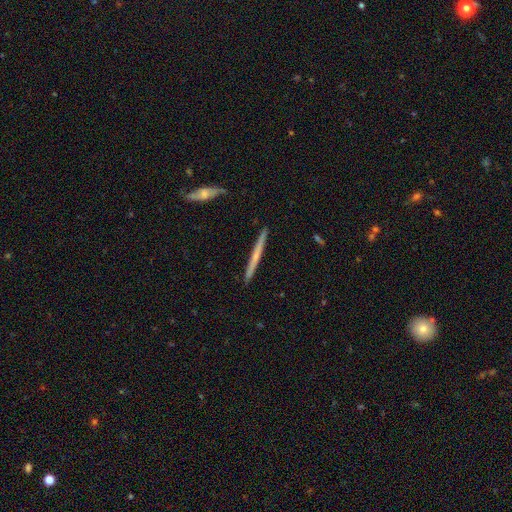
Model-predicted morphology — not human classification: This is possibly a featured or disk galaxy (54%). It is clearly viewed edge-on (97%). Edge-on bulge: likely none (72%). Merging: clearly none (92%).